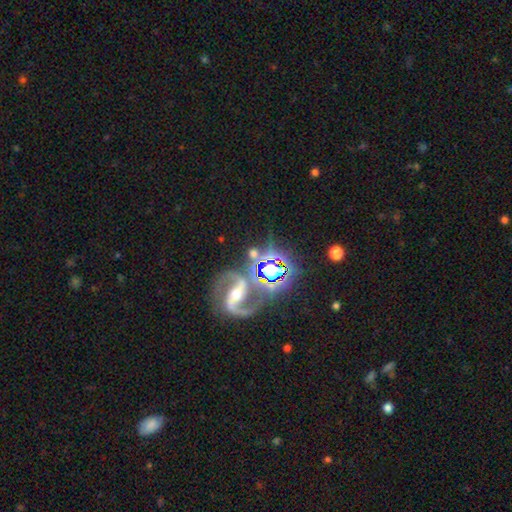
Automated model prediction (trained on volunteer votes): This appears to be a featured or disk galaxy (68%) with a strong bar (49%), 2 (91%) medium (49%) spiral arms (92%) and a moderate central bulge (49%). Merging: none (63%).